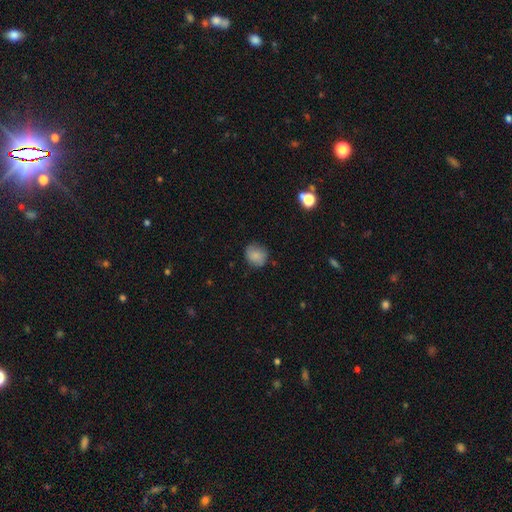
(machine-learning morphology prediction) This appears to be a smooth galaxy with no disk features (82%) that is round (69%). Merging: none (77%).